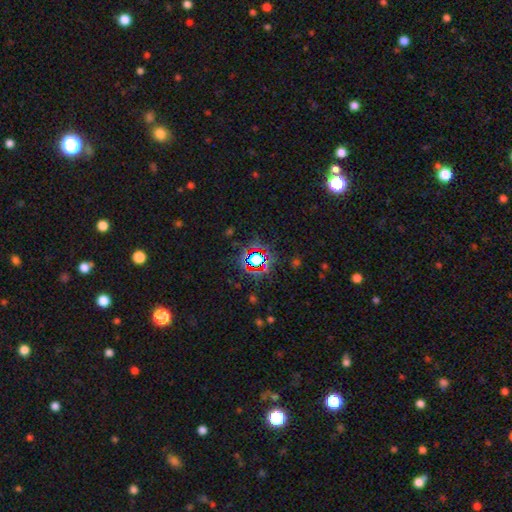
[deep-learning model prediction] A star or artifact, not a galaxy (71%).